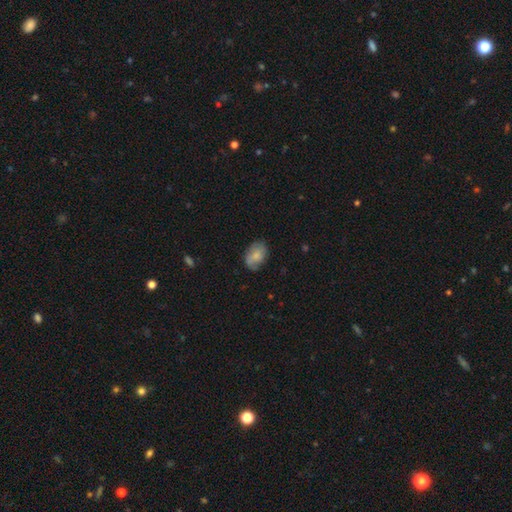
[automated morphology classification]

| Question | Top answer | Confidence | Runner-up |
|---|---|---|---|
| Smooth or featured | smooth | 70% | featured or disk (22%) |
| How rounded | in between | 83% | round (16%) |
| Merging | none | 67% | minor disturbance (25%) |